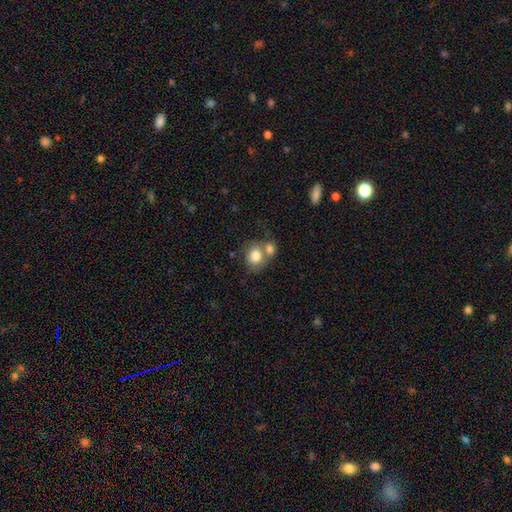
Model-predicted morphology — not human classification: Smooth or featured: smooth — 80% (featured or disk — 12%)
How rounded: round — 65% (in between — 34%)
Merging: merger — 50% (none — 36%)